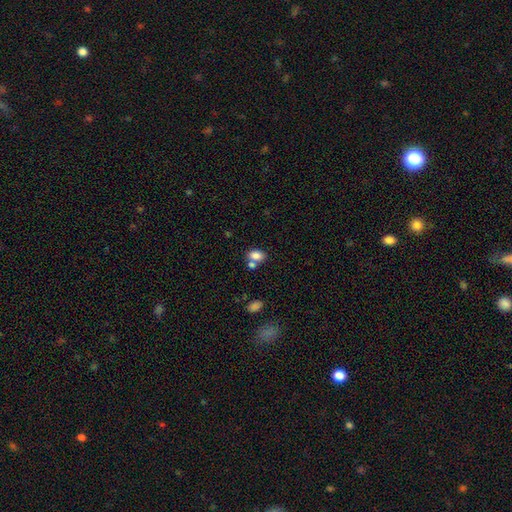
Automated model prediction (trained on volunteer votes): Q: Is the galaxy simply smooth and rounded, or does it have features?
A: smooth — 83%.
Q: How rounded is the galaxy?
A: in between — 78%.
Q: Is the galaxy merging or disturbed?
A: none — 55%.